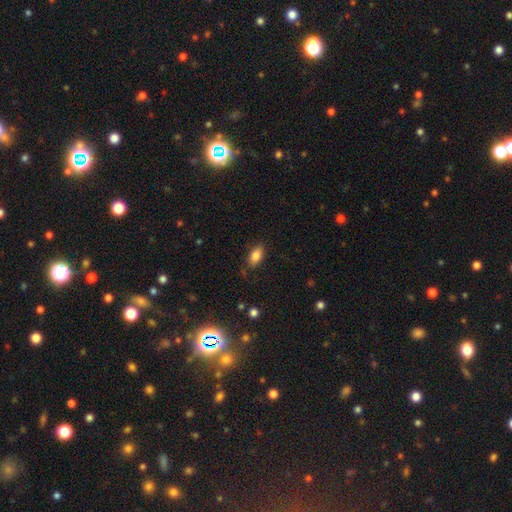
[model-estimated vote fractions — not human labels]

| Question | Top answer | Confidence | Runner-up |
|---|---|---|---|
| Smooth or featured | smooth | 84% | star or artifact (9%) |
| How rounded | in between | 90% | round (6%) |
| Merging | none | 82% | minor disturbance (14%) |